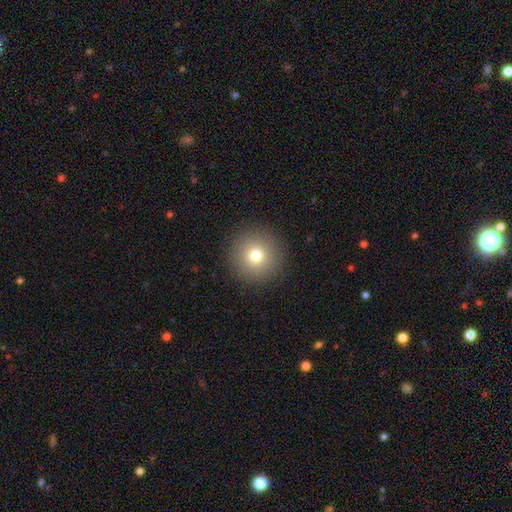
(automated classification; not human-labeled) This is likely a smooth galaxy (76%). How rounded: clearly round (96%). Merging: clearly none (92%).